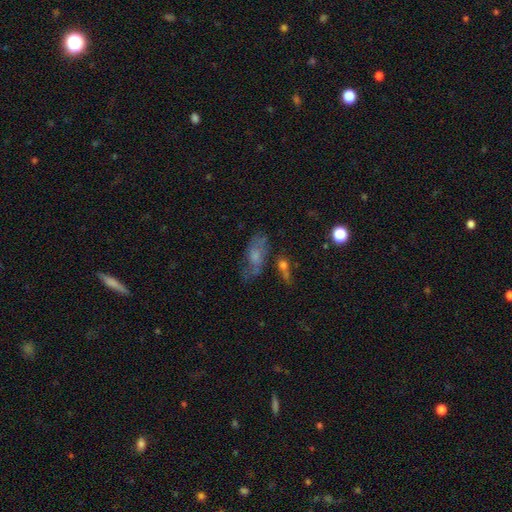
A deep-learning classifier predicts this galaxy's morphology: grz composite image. It shows a featured or disk galaxy (44%). Merging: none (47%).